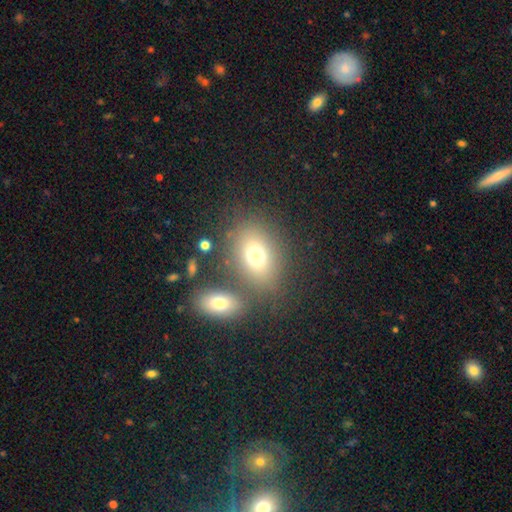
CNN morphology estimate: A smooth galaxy with no disk features (73%) that is in between round and cigar-shaped (69%).

Vote fractions:
- Smooth or featured? smooth: 73% / featured or disk: 14% / star or artifact: 13%
- How rounded? in between: 69% / round: 29% / cigar-shaped: 2%
- Merging? none: 66% / merger: 17% / minor disturbance: 11% / major disturbance: 6%